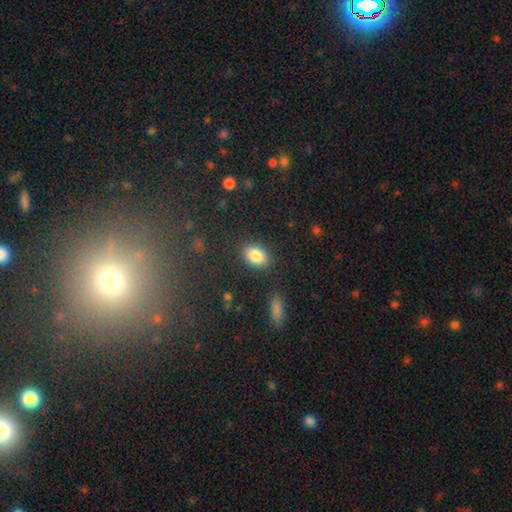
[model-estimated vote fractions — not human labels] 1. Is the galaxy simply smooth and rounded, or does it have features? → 86% smooth, 8% star or artifact, 6% featured or disk.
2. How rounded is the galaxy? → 79% in between, 20% round, 1% cigar-shaped.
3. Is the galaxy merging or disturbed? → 85% none, 10% minor disturbance, 3% major disturbance, 2% merger.